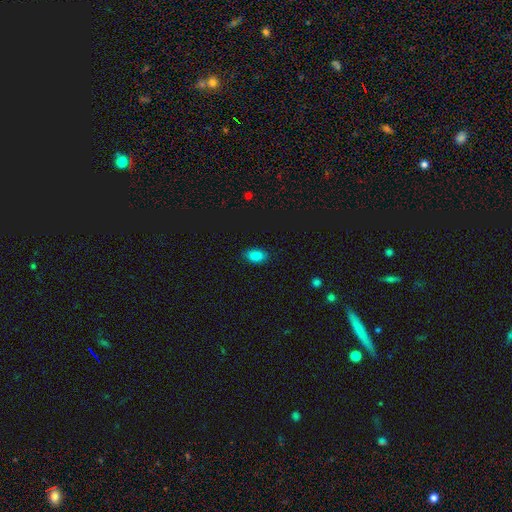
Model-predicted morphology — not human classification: Smooth or featured: smooth — 85% (star or artifact — 11%)
How rounded: in between — 90% (round — 8%)
Merging: none — 86% (minor disturbance — 11%)